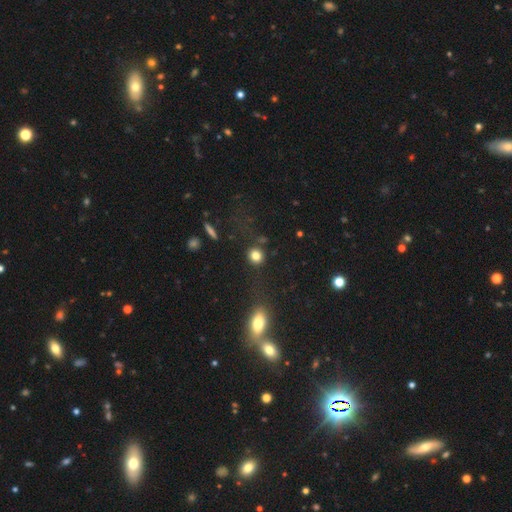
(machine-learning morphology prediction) Smooth or featured?
  - smooth: 82% *
  - star or artifact: 11%
  - featured or disk: 7%
How rounded?
  - round: 82% *
  - in between: 17%
  - cigar-shaped: 2%
Merging?
  - none: 80% *
  - minor disturbance: 10%
  - merger: 5%
  - major disturbance: 5%